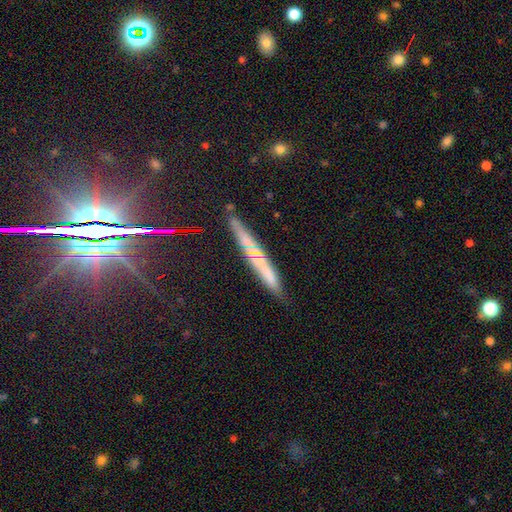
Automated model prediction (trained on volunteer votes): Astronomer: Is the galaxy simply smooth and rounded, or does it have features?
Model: smooth — 44% (runner-up: featured or disk, 40%).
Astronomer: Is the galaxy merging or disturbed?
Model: none — 83%.